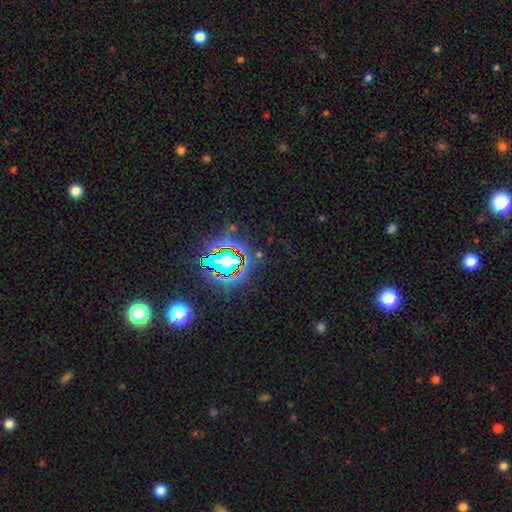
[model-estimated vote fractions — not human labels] smooth-or-featured: star or artifact: 75% | smooth: 14% | featured or disk: 11%